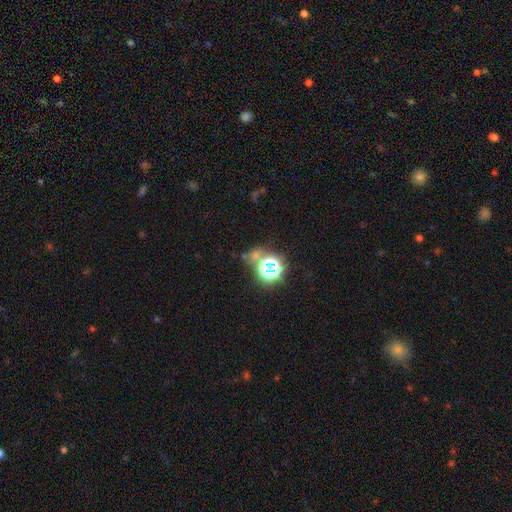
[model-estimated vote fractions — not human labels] Smooth or featured?
  - star or artifact: 61% *
  - smooth: 28%
  - featured or disk: 10%